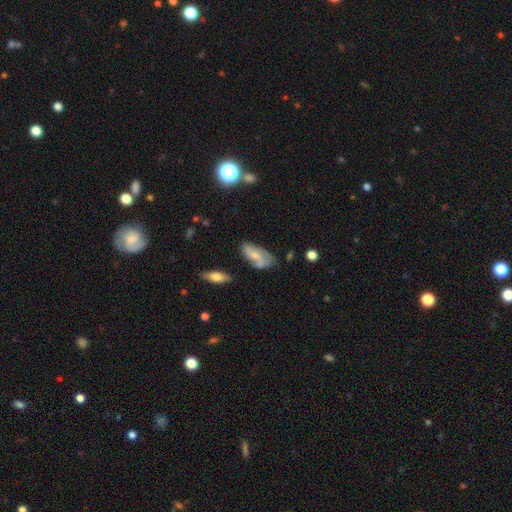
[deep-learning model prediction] Morphology: type=featured or disk (46%, tied with smooth); merging=none (51%).